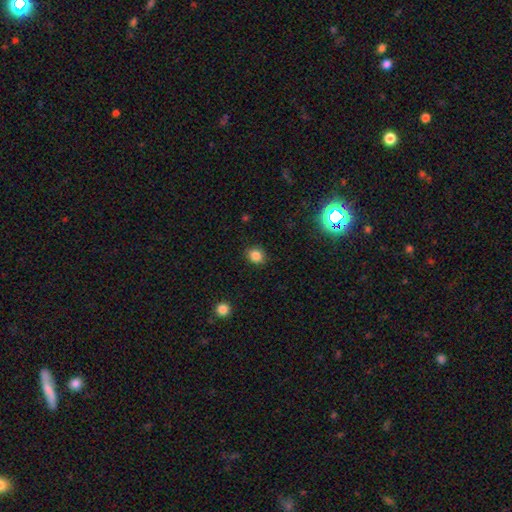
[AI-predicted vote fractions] This appears to be a smooth galaxy with no disk features (83%) that is round (71%). Merging: none (88%).